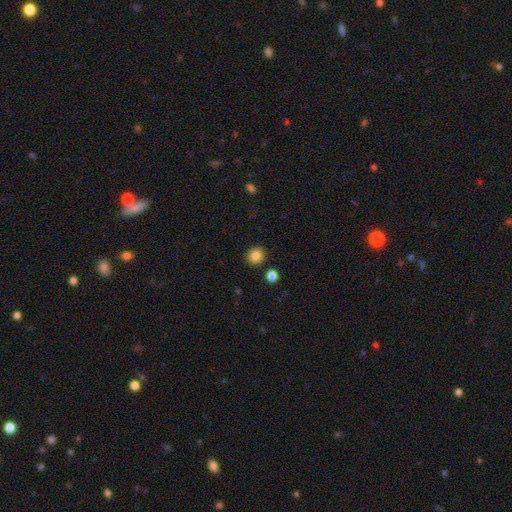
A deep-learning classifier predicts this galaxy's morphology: Smooth or featured?
  - smooth: 85% *
  - star or artifact: 11%
  - featured or disk: 4%
How rounded?
  - round: 86% *
  - in between: 13%
  - cigar-shaped: 1%
Merging?
  - none: 88% *
  - minor disturbance: 7%
  - merger: 3%
  - major disturbance: 2%